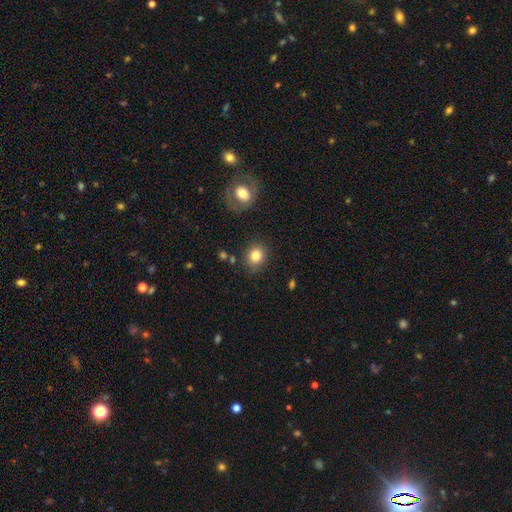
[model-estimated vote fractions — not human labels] Smooth or featured: smooth — 82% (star or artifact — 10%)
How rounded: round — 71% (in between — 28%)
Merging: none — 82% (minor disturbance — 11%)